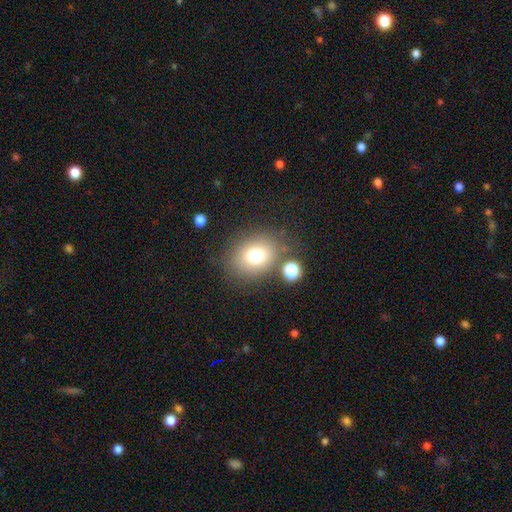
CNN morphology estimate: smooth_or_featured: smooth (p=0.76) [alt: star or artifact p=0.13]
how_rounded: round (p=0.50) [alt: in between p=0.49]
merging: none (p=0.74) [alt: minor disturbance p=0.13]